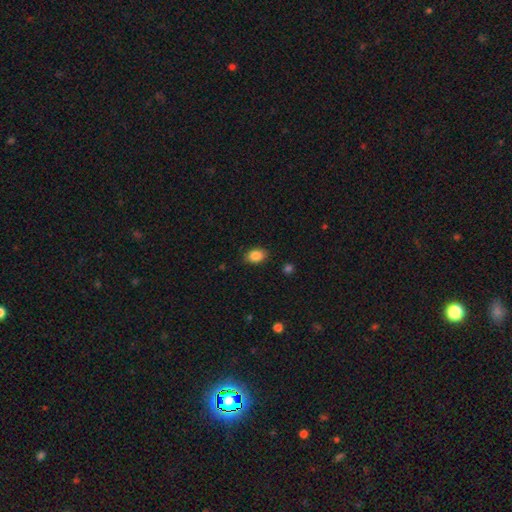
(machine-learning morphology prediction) A smooth galaxy with no disk features (86%) that is in between round and cigar-shaped (79%).

Vote fractions:
- Smooth or featured? smooth: 86% / star or artifact: 9% / featured or disk: 5%
- How rounded? in between: 79% / round: 20% / cigar-shaped: 1%
- Merging? none: 86% / minor disturbance: 10% / major disturbance: 2% / merger: 1%